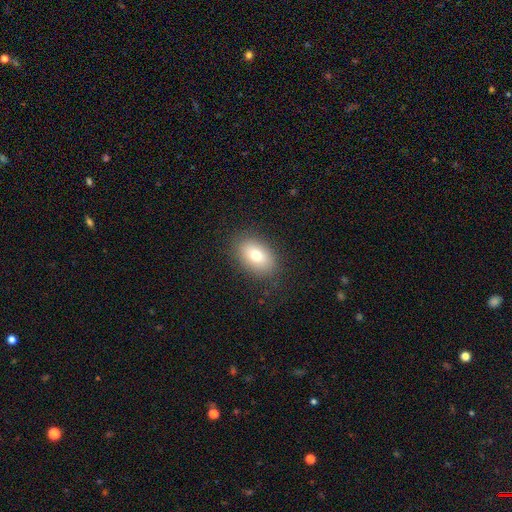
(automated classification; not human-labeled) smooth_or_featured: smooth (p=0.76) [alt: featured or disk p=0.14]
how_rounded: in between (p=0.82) [alt: round p=0.17]
merging: none (p=0.86) [alt: minor disturbance p=0.10]